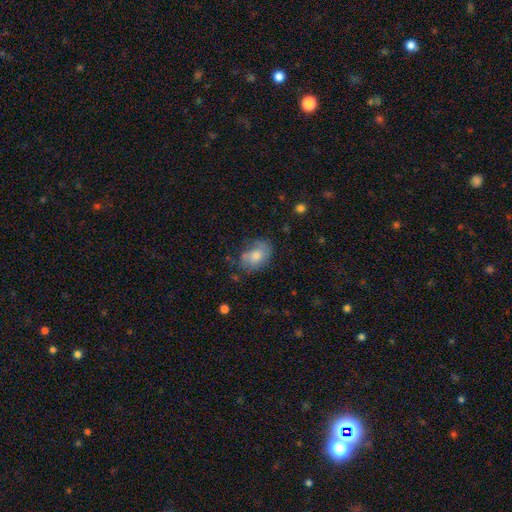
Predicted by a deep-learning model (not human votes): Overall: smooth (68%). How rounded: in between (82%). Merging: none (60%; minor disturbance 27%).